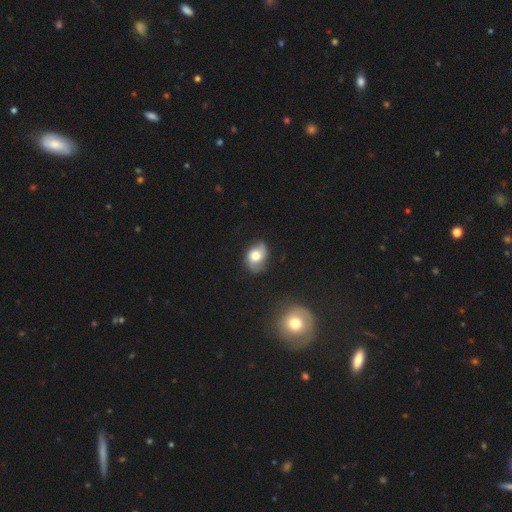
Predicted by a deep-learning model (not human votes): This appears to be a smooth galaxy with no disk features (53%) that is in between round and cigar-shaped (72%). Merging: none (65%).